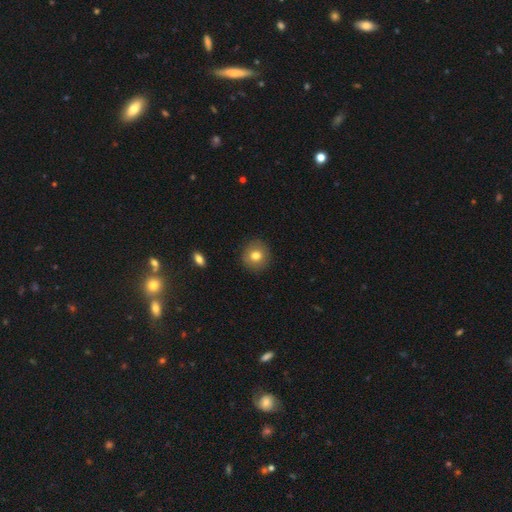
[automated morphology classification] This is likely a smooth galaxy (77%). How rounded: clearly round (90%). Merging: clearly none (90%).